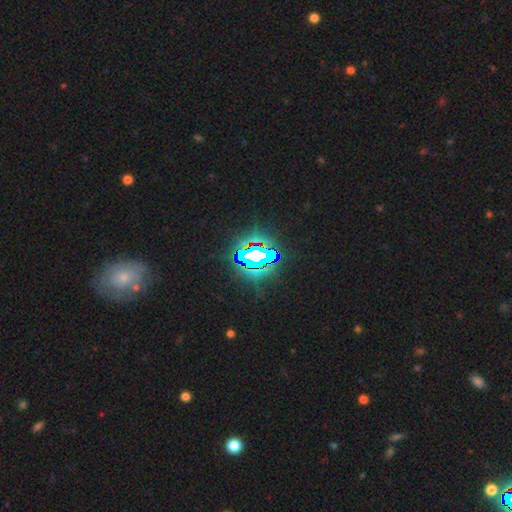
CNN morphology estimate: Q: Smooth or featured?
A: star or artifact (74%); runner-up: featured or disk (15%)